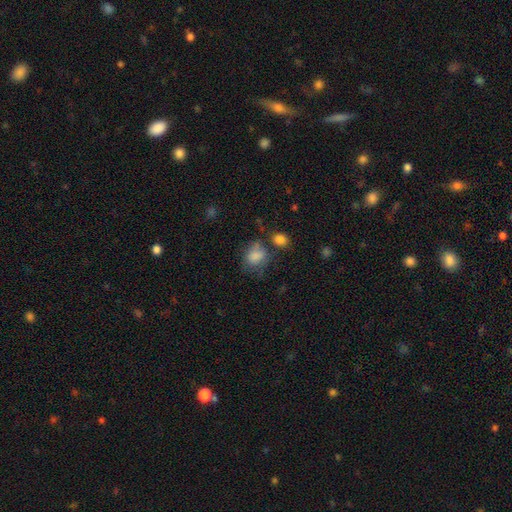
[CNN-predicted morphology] The model was most divided on "how rounded": in between: 51%, round: 48%, cigar-shaped: 1%. Remaining: smooth or featured — smooth (80%); merging — none (46%).